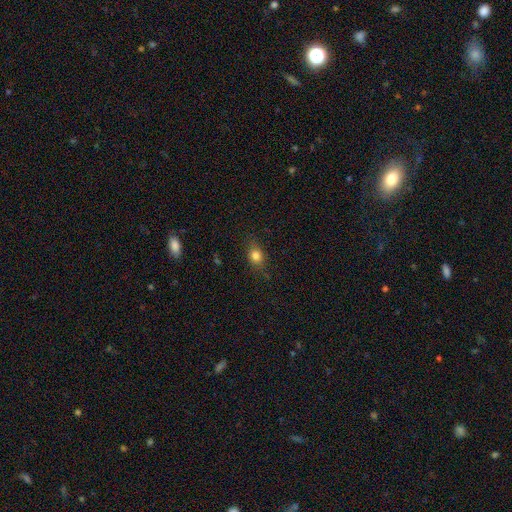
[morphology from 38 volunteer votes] Smooth or featured?
  - smooth: 79% *
  - featured or disk: 13%
  - star or artifact: 8%
How rounded?
  - in between: 60% *
  - round: 33%
  - cigar-shaped: 7%
Merging?
  - none: 83% *
  - minor disturbance: 14%
  - major disturbance: 3%
  - merger: 0%